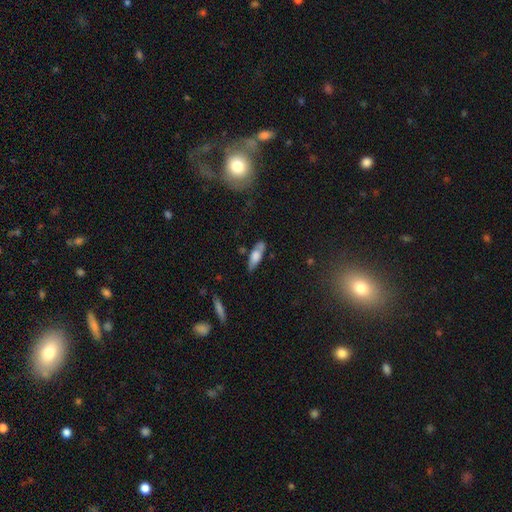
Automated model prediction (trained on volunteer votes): This appears to be a smooth galaxy with no disk features (65%) that is in between round and cigar-shaped (56%). Merging: none (71%).